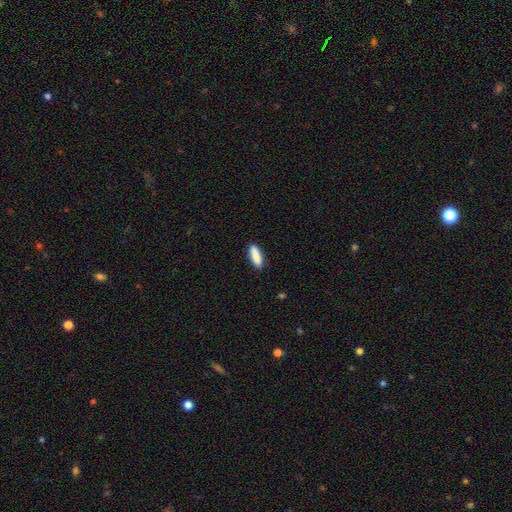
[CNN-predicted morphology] This appears to be a smooth galaxy with no disk features (89%) that is in between round and cigar-shaped (54%). Merging: none (87%).